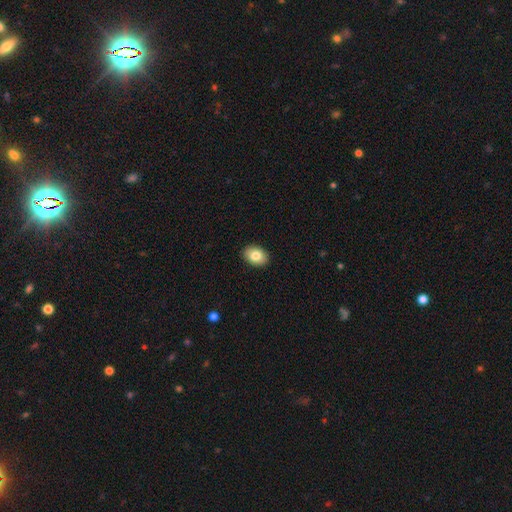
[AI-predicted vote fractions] Morphology: type=smooth (82%); roundness=in between (79%); merging=none (91%).